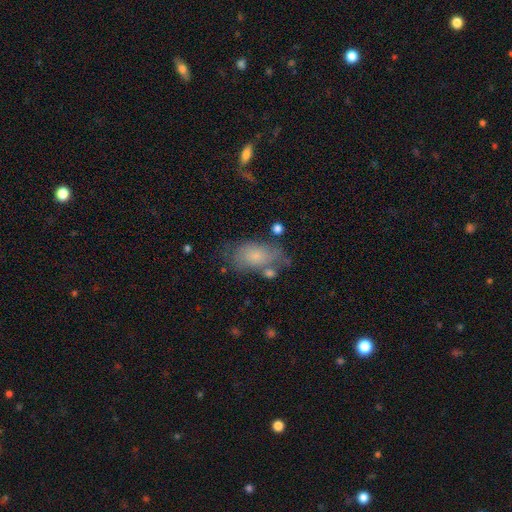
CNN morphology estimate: The model was most divided on "merging": none: 51%, minor disturbance: 26%, major disturbance: 13%, merger: 10%. More confident: how rounded — in between (89%); smooth or featured — smooth (63%).